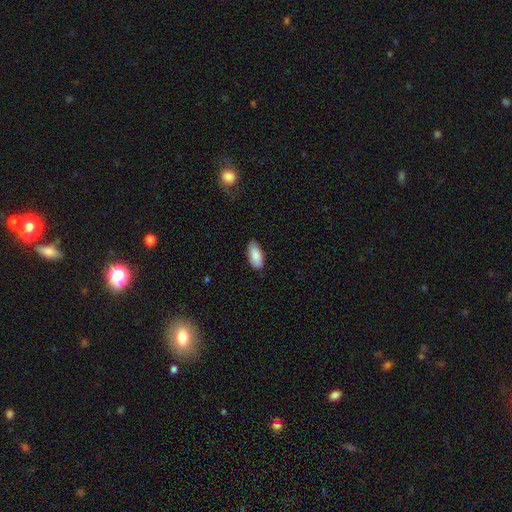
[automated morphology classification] Q: Smooth or featured?
A: smooth (88%); runner-up: featured or disk (6%)
Q: How rounded?
A: in between (91%); runner-up: cigar-shaped (7%)
Q: Merging?
A: none (83%); runner-up: minor disturbance (13%)